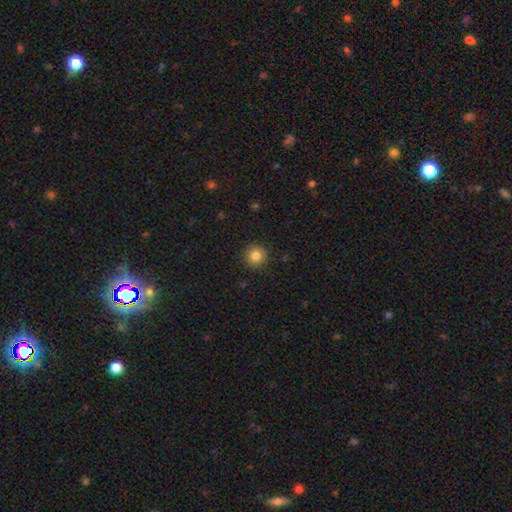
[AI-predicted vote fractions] Q: Smooth or featured?
A: smooth (84%); runner-up: star or artifact (11%)
Q: How rounded?
A: round (94%); runner-up: in between (5%)
Q: Merging?
A: none (91%); runner-up: minor disturbance (6%)